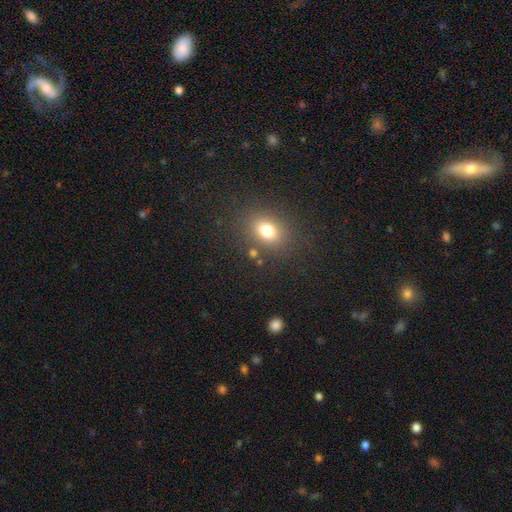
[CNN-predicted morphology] This is likely a smooth galaxy (63%). How rounded: possibly round (53%). Merging: clearly none (84%).